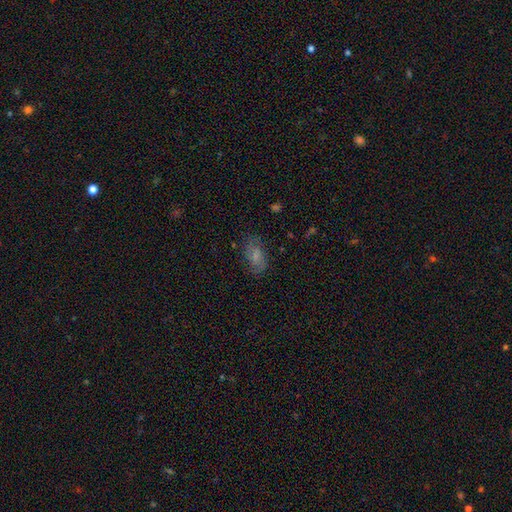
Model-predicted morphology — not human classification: Smooth or featured?
  - smooth: 53% *
  - featured or disk: 35%
  - star or artifact: 12%
How rounded?
  - in between: 88% *
  - round: 8%
  - cigar-shaped: 4%
Merging?
  - none: 72% *
  - minor disturbance: 19%
  - major disturbance: 8%
  - merger: 2%